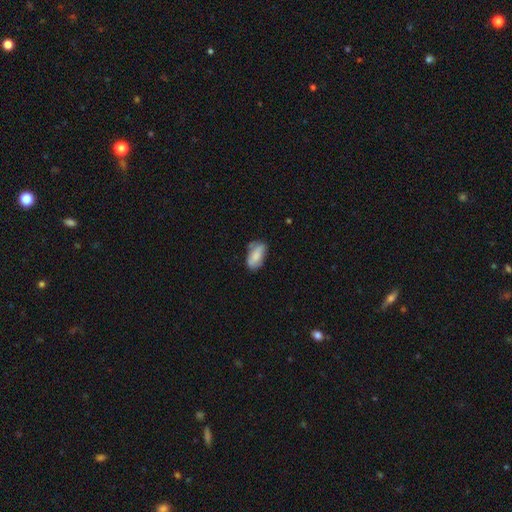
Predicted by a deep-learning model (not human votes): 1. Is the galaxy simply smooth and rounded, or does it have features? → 73% smooth, 20% featured or disk, 7% star or artifact.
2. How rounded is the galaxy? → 90% in between, 6% cigar-shaped, 3% round.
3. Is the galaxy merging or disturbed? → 58% none, 29% minor disturbance, 8% major disturbance, 5% merger.